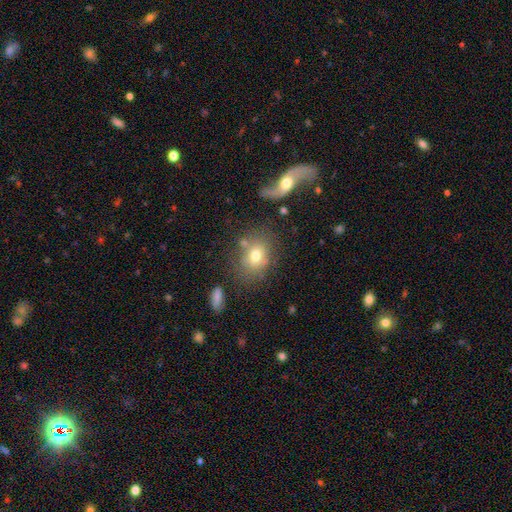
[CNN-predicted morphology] This appears to be a smooth galaxy with no disk features (70%) that is in between round and cigar-shaped (55%). Merging: none (65%).